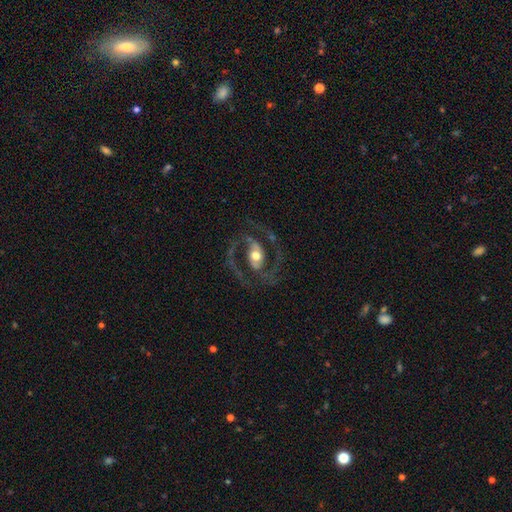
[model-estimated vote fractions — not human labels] Morphology: type=featured or disk (88%); edge-on=no (97%); bar=weak (38%); spiral arms=yes (95%); winding=medium (62%); arm count=2 (91%); bulge=moderate (68%); merging=none (73%).